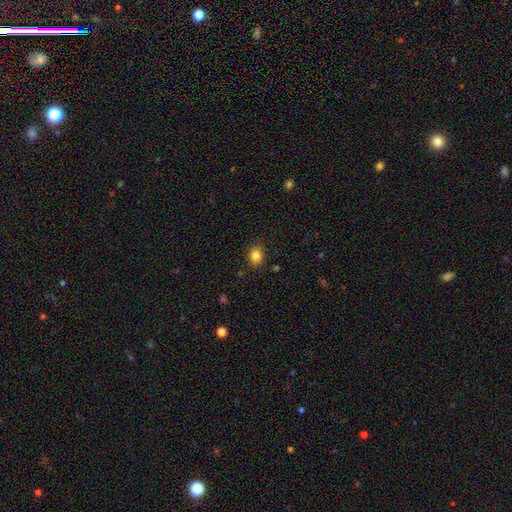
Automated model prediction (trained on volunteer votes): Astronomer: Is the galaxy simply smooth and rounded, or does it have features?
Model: smooth — 84%.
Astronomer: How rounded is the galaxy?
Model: round — 58% (runner-up: in between, 41%).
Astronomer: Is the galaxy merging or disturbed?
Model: none — 87%.